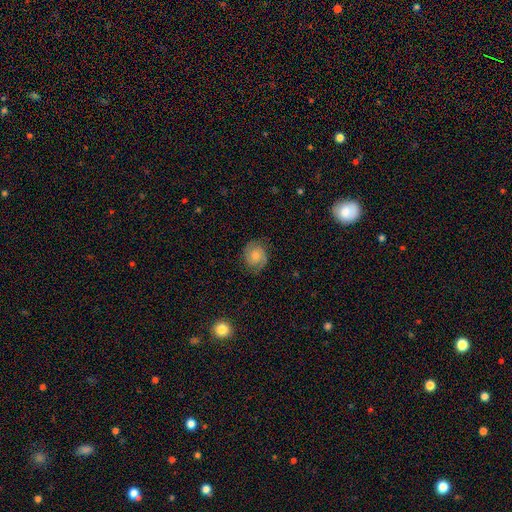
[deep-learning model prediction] Smooth or featured? featured or disk (58%)
Edge-on disk? no (98%)
Bar? no (72%)
Spiral arms? yes (92%)
Spiral winding? tight (49%)
Spiral arm count? 2 (78%)
Bulge size? small (42%)
Merging? none (76%)